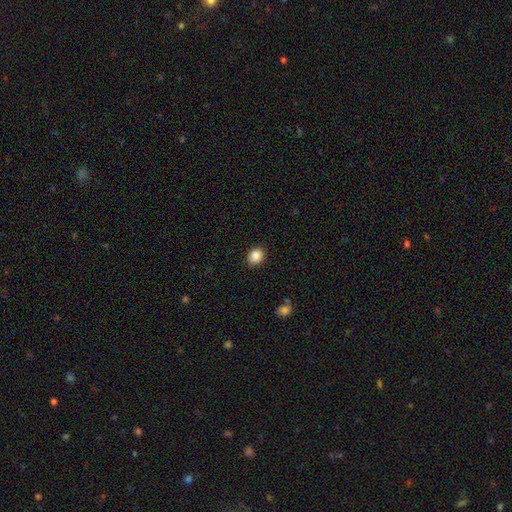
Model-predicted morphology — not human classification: A smooth galaxy with no disk features (88%) that is round (70%). Merging: none (89%).